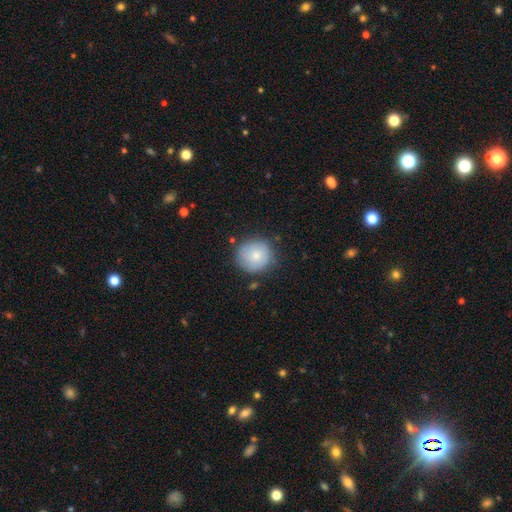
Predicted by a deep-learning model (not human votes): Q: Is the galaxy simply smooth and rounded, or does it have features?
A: smooth — 73%.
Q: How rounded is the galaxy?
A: round — 91%.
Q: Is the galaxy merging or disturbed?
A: none — 76%.